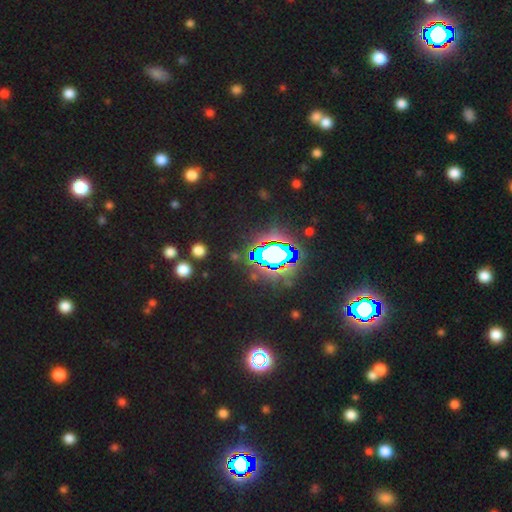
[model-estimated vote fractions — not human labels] Smooth or featured? star or artifact (74%)